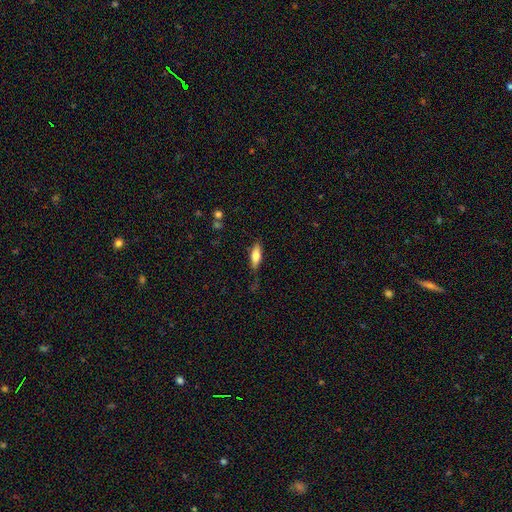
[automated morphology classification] smooth 73%, featured or disk 21%, star or artifact 7%. Down the decision tree: how rounded — in between (63%); merging — none (73%).